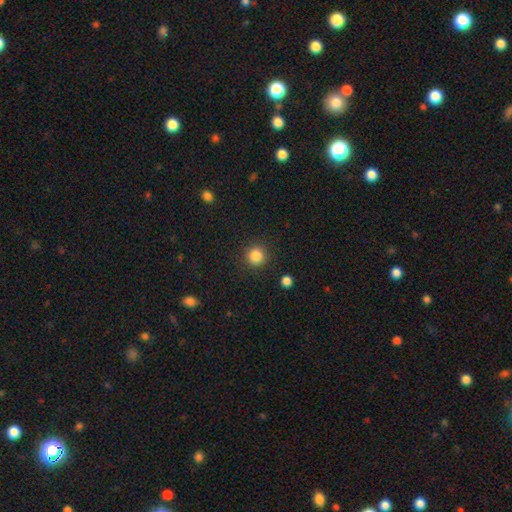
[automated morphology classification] Q: Smooth or featured?
A: smooth (85%); runner-up: star or artifact (11%)
Q: How rounded?
A: round (94%); runner-up: in between (5%)
Q: Merging?
A: none (90%); runner-up: minor disturbance (6%)